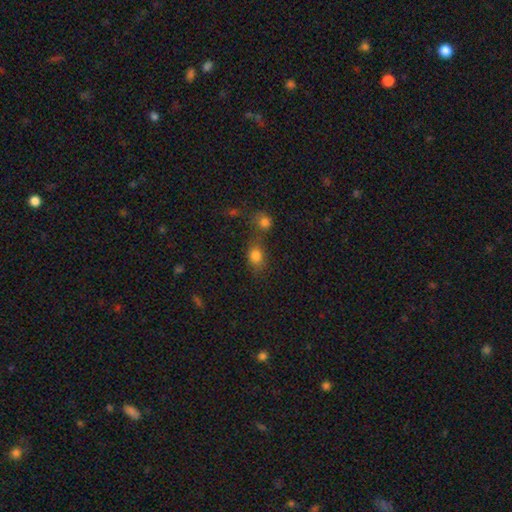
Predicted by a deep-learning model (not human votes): Smooth or featured: smooth — 79% (star or artifact — 13%)
How rounded: in between — 49% (tied with round — 49%)
Merging: none — 52% (merger — 29%)